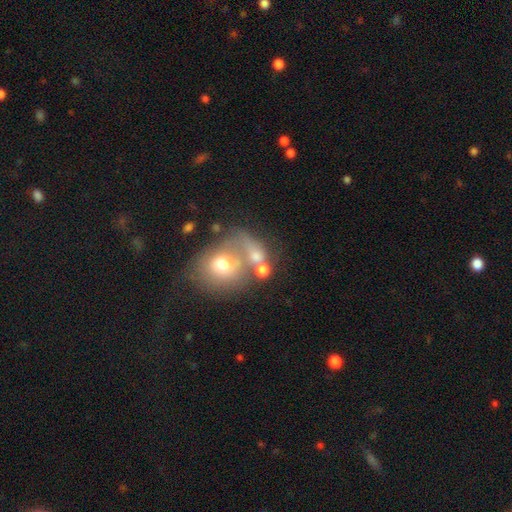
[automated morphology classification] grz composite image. It shows a smooth galaxy with no disk features (59%) that is round (58%). Merging: merger (48%).